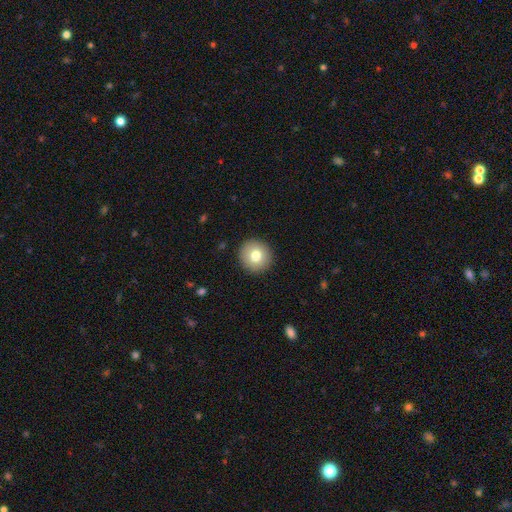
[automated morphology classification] Smooth or featured: smooth — 78% (featured or disk — 13%)
How rounded: round — 94% (in between — 5%)
Merging: none — 92% (minor disturbance — 5%)